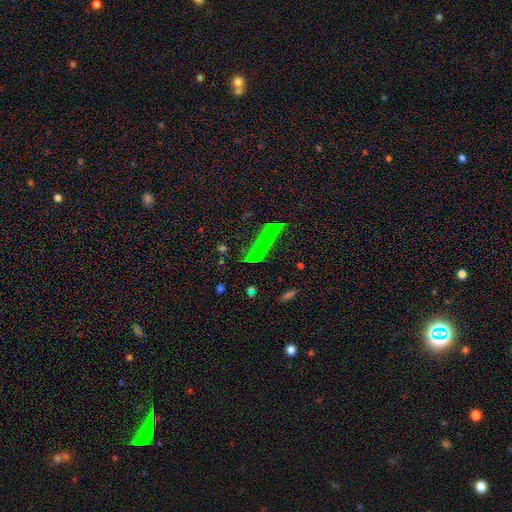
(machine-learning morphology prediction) type=star or artifact (45%).